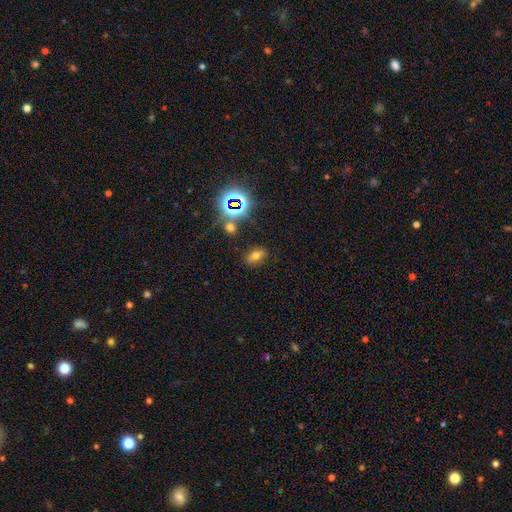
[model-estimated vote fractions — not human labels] Smooth or featured: smooth — 60% (star or artifact — 27%)
How rounded: in between — 82% (round — 13%)
Merging: none — 81% (minor disturbance — 11%)